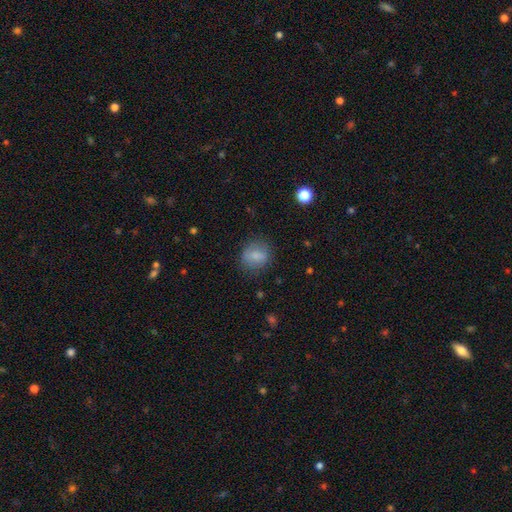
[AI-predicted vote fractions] Morphology: type=smooth (77%); roundness=round (64%); merging=none (77%).